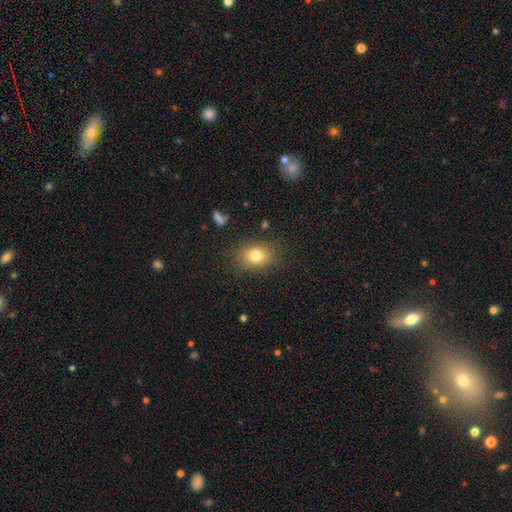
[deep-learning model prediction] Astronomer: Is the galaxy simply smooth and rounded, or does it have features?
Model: smooth — 78%.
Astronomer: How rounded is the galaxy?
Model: in between — 59% (runner-up: round, 39%).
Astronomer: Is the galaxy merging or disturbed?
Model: none — 83%.